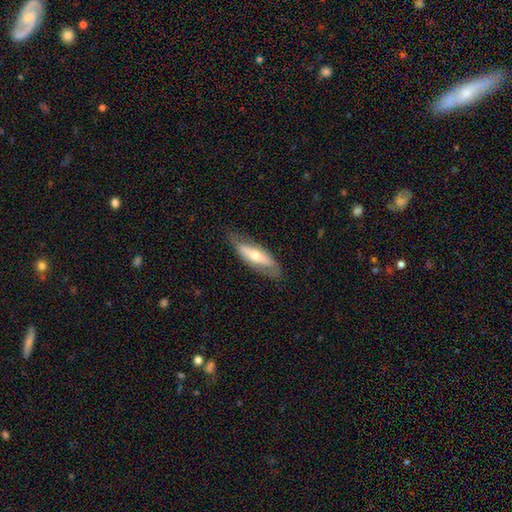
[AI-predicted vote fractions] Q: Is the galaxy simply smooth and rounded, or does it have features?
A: featured or disk — 54%.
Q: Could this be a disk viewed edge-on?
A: no — 57%.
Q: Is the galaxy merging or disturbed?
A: none — 71%.